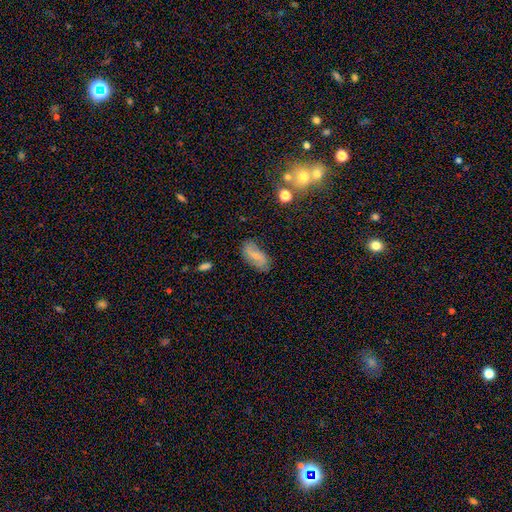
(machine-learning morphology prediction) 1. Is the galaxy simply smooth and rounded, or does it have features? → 60% smooth, 31% featured or disk, 9% star or artifact.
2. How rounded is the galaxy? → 87% in between, 9% cigar-shaped, 3% round.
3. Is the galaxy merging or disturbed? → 75% none, 19% minor disturbance, 5% major disturbance, 2% merger.